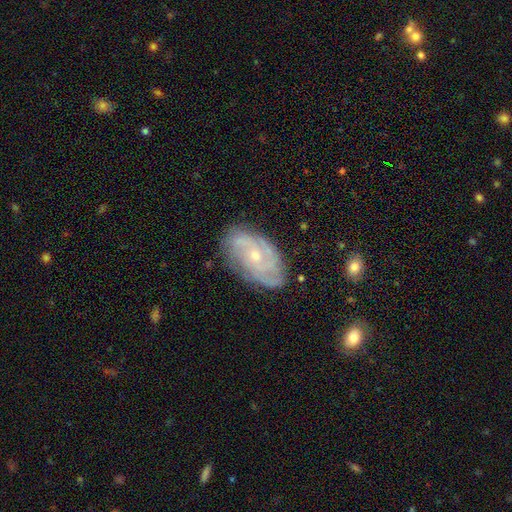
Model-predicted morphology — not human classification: This appears to be a featured or disk galaxy (79%) with no bar (73%), tight (62%) spiral arms (94%) and a small central bulge (65%). Merging: none (77%).